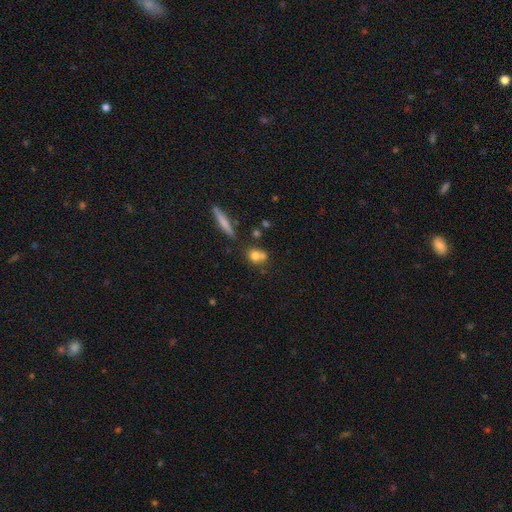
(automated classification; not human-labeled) Morphology: type=smooth (72%); roundness=round (60%); merging=none (45%).